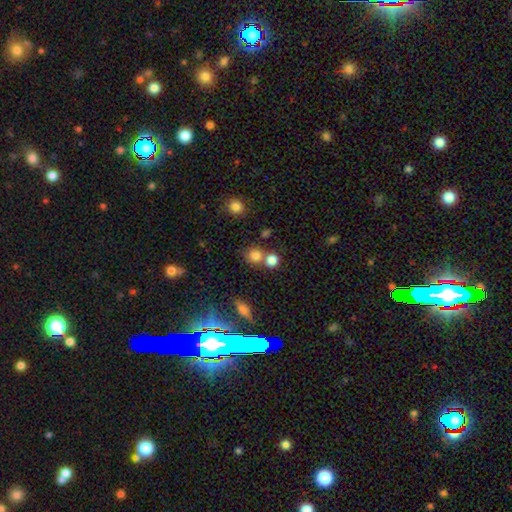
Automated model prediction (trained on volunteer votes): Smooth or featured? Predicted: smooth (p=0.78). How rounded? Predicted: round (p=0.85). Merging? Predicted: none (p=0.58).